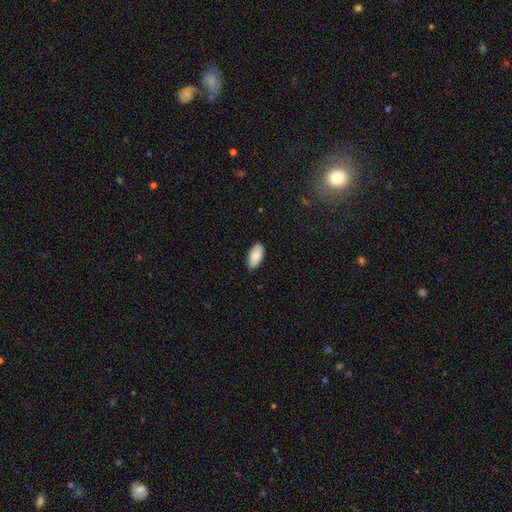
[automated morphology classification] Smooth or featured: smooth — 87% (featured or disk — 7%)
How rounded: in between — 95% (cigar-shaped — 3%)
Merging: none — 84% (minor disturbance — 13%)